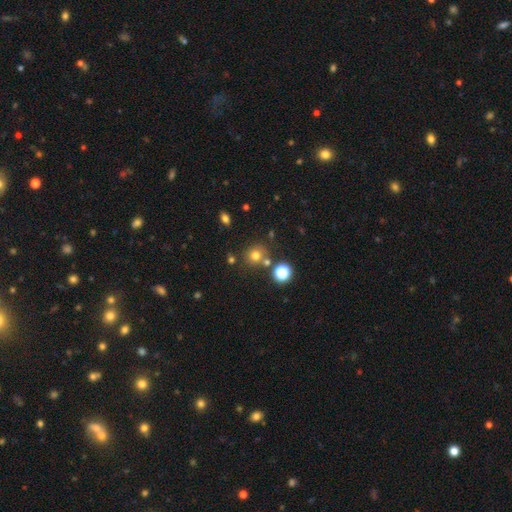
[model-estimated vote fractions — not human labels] Q: Smooth or featured?
A: smooth (71%); runner-up: star or artifact (21%)
Q: How rounded?
A: round (87%); runner-up: in between (12%)
Q: Merging?
A: none (73%); runner-up: merger (13%)